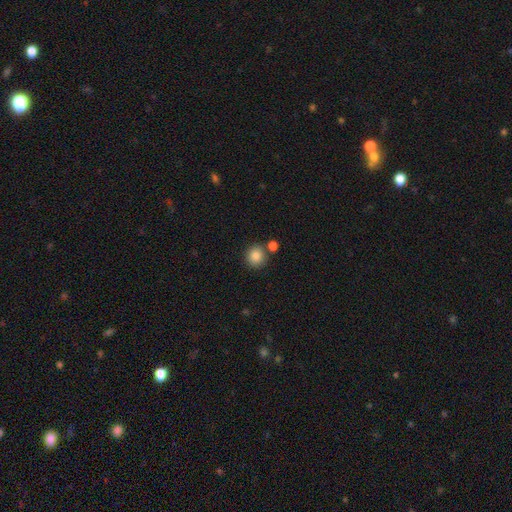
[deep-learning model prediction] smooth_or_featured: smooth (p=0.86) [alt: star or artifact p=0.09]
how_rounded: round (p=0.88) [alt: in between p=0.11]
merging: none (p=0.76) [alt: merger p=0.13]